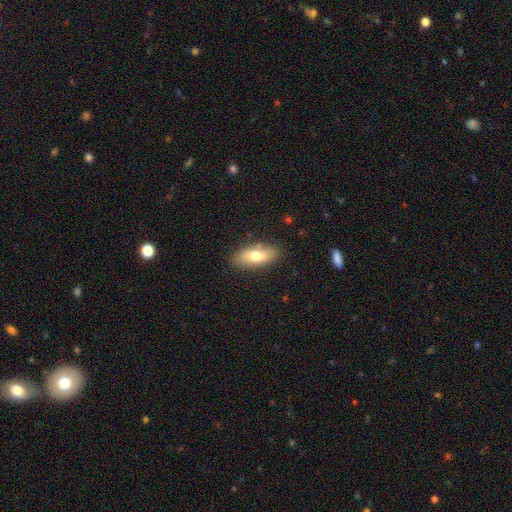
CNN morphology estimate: Smooth or featured: smooth — 71% (featured or disk — 22%)
How rounded: in between — 80% (cigar-shaped — 17%)
Merging: none — 85% (minor disturbance — 11%)